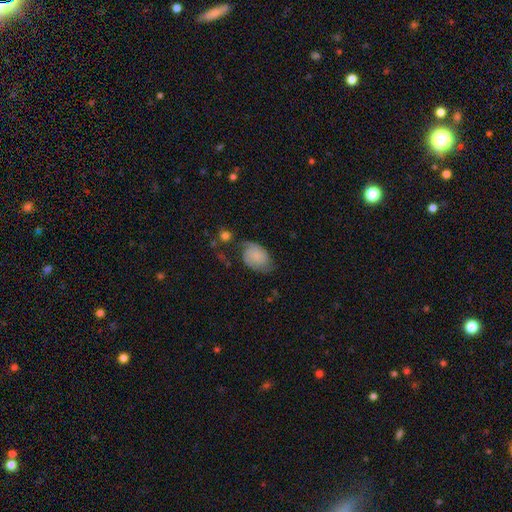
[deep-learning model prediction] A smooth galaxy with no disk features (47%).

Vote fractions:
- Smooth or featured? smooth: 47% / featured or disk: 45% / star or artifact: 8%
- Merging? none: 52% / minor disturbance: 30% / major disturbance: 13% / merger: 5%